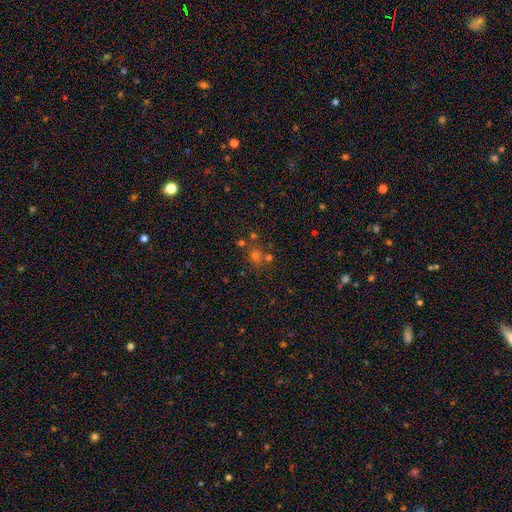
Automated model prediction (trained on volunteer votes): Q: Smooth or featured?
A: smooth (47%); runner-up: star or artifact (42%)
Q: Merging?
A: none (64%); runner-up: merger (23%)